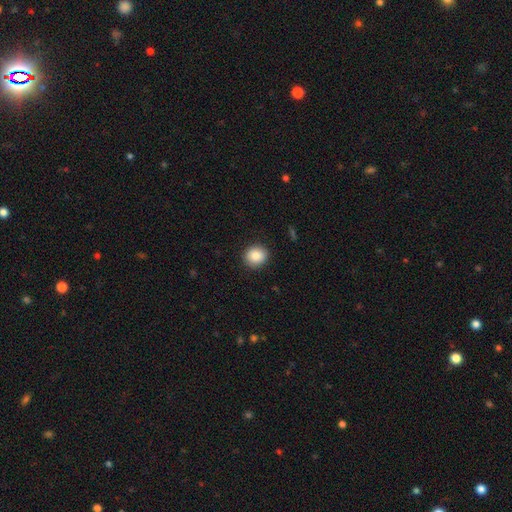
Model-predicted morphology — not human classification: Q: Smooth or featured?
A: smooth (87%); runner-up: star or artifact (8%)
Q: How rounded?
A: round (79%); runner-up: in between (20%)
Q: Merging?
A: none (89%); runner-up: minor disturbance (8%)